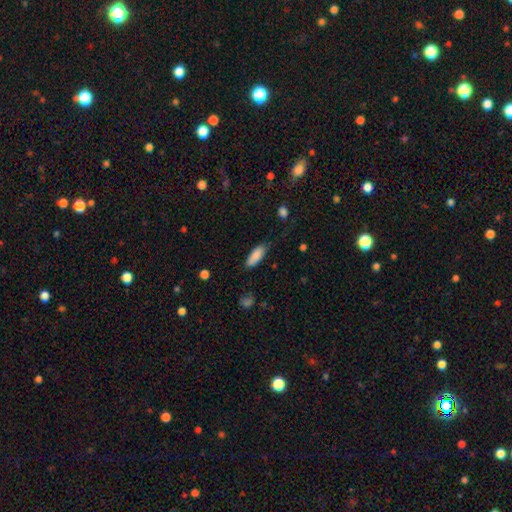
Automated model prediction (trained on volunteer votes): Morphology: type=smooth (87%); roundness=in between (74%); merging=none (77%).